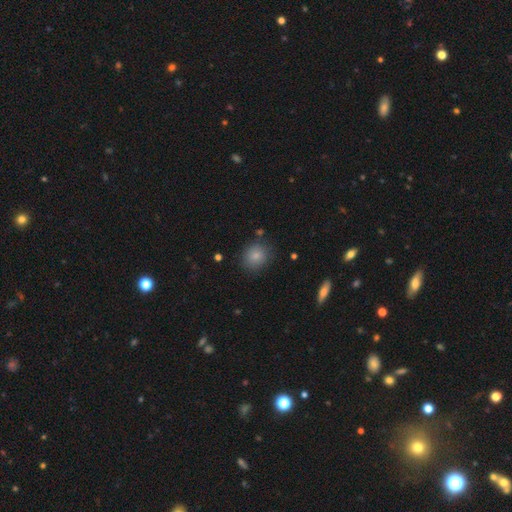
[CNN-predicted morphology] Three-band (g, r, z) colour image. It shows a smooth galaxy with no disk features (82%) that is round (81%). Merging: none (82%).